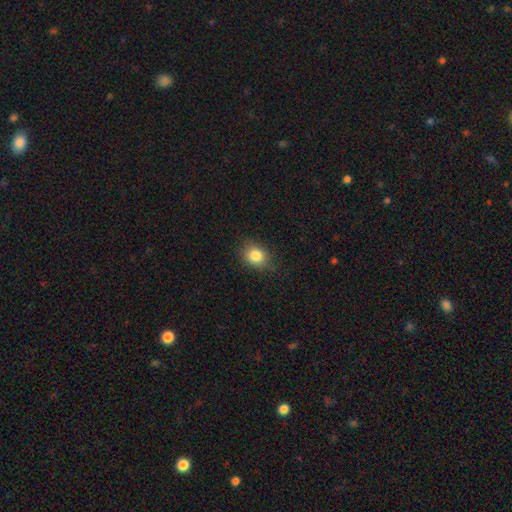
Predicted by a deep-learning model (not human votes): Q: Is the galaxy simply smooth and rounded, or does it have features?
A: smooth — 83%.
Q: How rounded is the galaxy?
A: round — 59%.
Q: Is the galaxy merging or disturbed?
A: none — 78%.